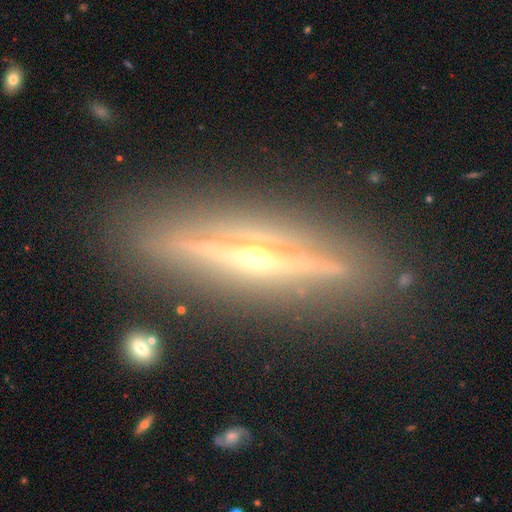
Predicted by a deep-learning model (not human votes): Overall: featured or disk (81%). Edge-on disk: yes (94%). Edge-on bulge: rounded (84%). Merging: none (85%).